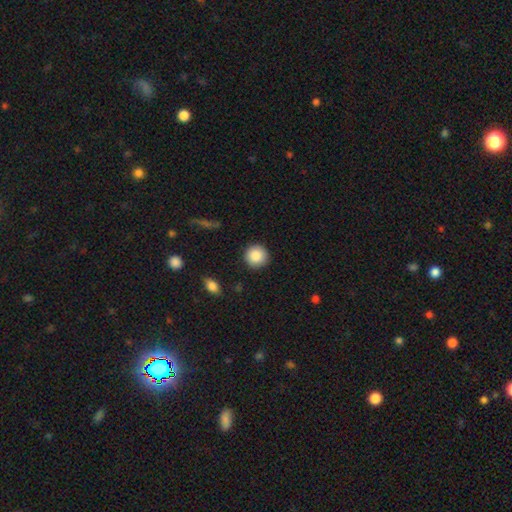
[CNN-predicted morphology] Smooth or featured? Predicted: smooth (p=0.88). How rounded? Predicted: round (p=0.95). Merging? Predicted: none (p=0.90).